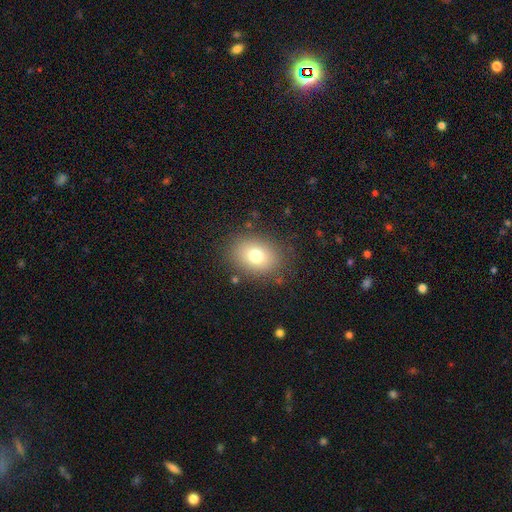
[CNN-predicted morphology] Smooth or featured? smooth (76%)
How rounded? in between (64%)
Merging? none (83%)